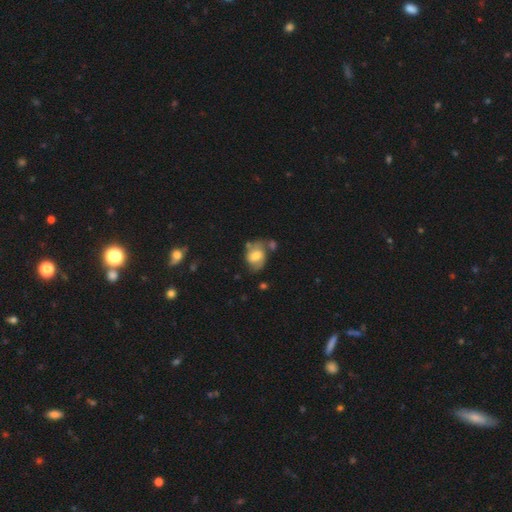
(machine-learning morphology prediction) Smooth or featured? smooth (47%)
Merging? none (49%)